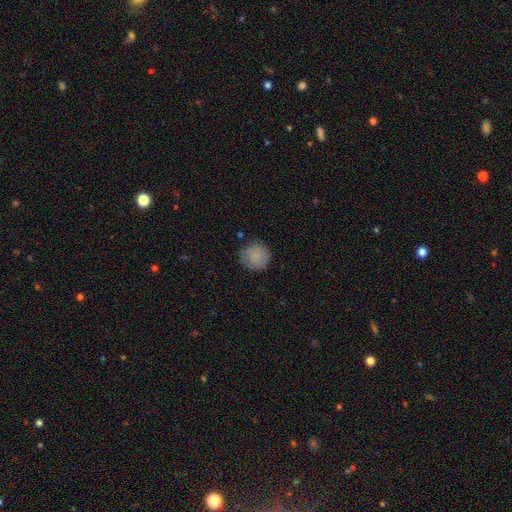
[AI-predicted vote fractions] Smooth or featured? smooth (82%)
How rounded? round (91%)
Merging? none (79%)